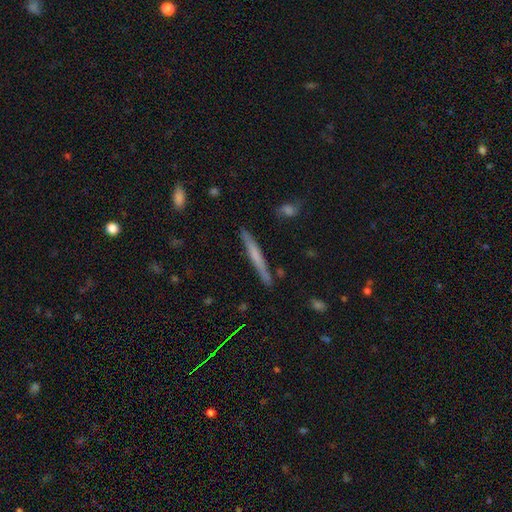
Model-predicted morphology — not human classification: A smooth galaxy with no disk features (50%).

Vote fractions:
- Smooth or featured? smooth: 50% / featured or disk: 43% / star or artifact: 7%
- Merging? none: 88% / minor disturbance: 9% / merger: 2% / major disturbance: 2%